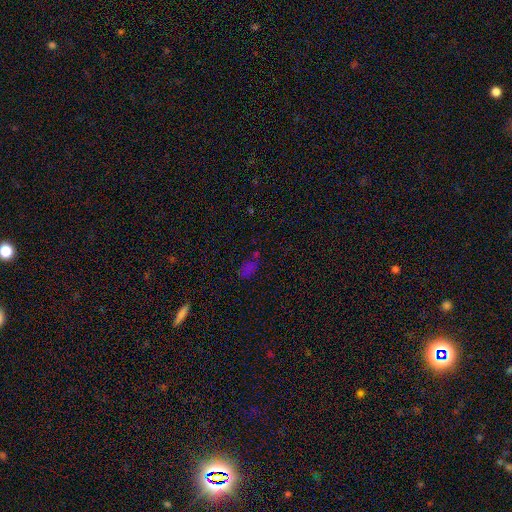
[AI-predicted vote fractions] Morphology: type=smooth (60%); roundness=in between (85%); merging=none (60%).